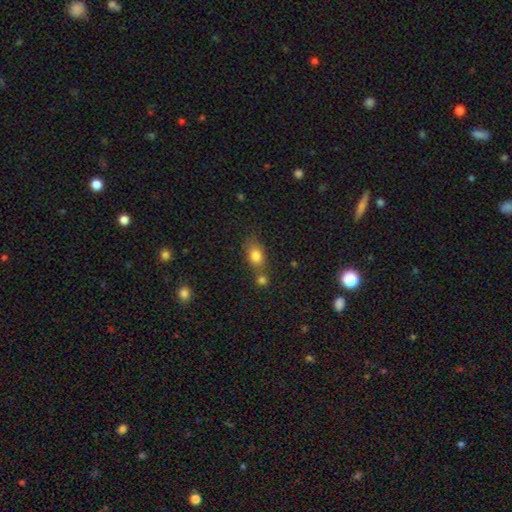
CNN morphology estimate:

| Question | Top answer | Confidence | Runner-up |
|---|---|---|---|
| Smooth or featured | smooth | 82% | star or artifact (10%) |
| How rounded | in between | 74% | round (23%) |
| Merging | none | 51% | merger (29%) |